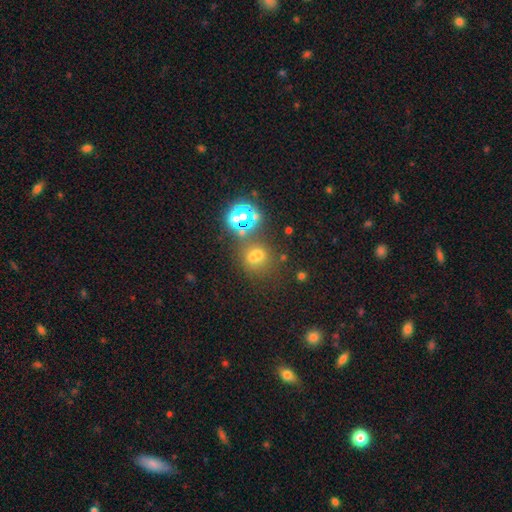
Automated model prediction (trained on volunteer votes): Smooth or featured?
  - smooth: 55% *
  - star or artifact: 32%
  - featured or disk: 12%
How rounded?
  - round: 70% *
  - in between: 28%
  - cigar-shaped: 2%
Merging?
  - none: 51% *
  - merger: 31%
  - minor disturbance: 11%
  - major disturbance: 7%